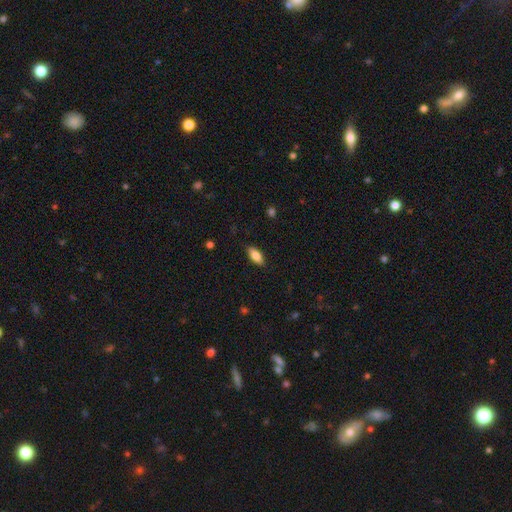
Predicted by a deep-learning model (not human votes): Smooth or featured?
  - smooth: 80% *
  - featured or disk: 13%
  - star or artifact: 7%
How rounded?
  - in between: 84% *
  - cigar-shaped: 14%
  - round: 2%
Merging?
  - none: 87% *
  - minor disturbance: 10%
  - major disturbance: 2%
  - merger: 1%